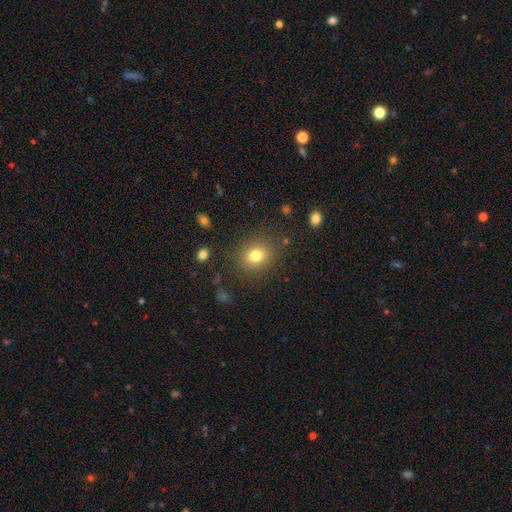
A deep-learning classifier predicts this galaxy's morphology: Smooth or featured?
  - smooth: 79% *
  - star or artifact: 12%
  - featured or disk: 9%
How rounded?
  - round: 63% *
  - in between: 36%
  - cigar-shaped: 1%
Merging?
  - none: 83% *
  - minor disturbance: 11%
  - major disturbance: 5%
  - merger: 2%